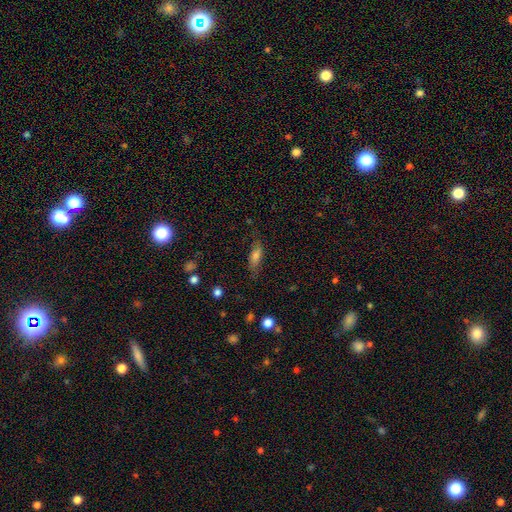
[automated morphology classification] Smooth or featured? Predicted: smooth (p=0.70). How rounded? Predicted: in between (p=0.62). Merging? Predicted: none (p=0.71).